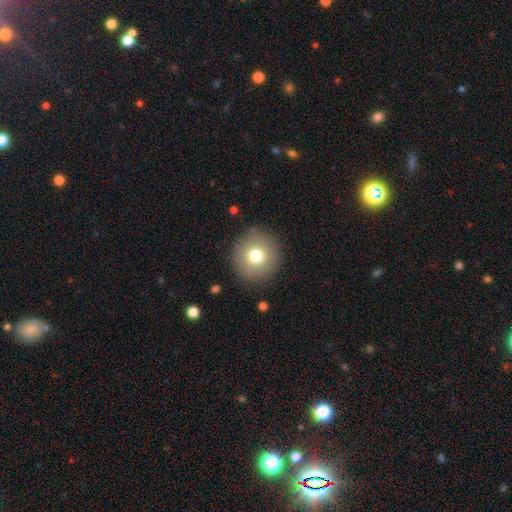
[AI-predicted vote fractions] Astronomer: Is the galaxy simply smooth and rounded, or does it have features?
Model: smooth — 76%.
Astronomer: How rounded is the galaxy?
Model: round — 95%.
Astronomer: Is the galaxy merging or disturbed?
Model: none — 90%.